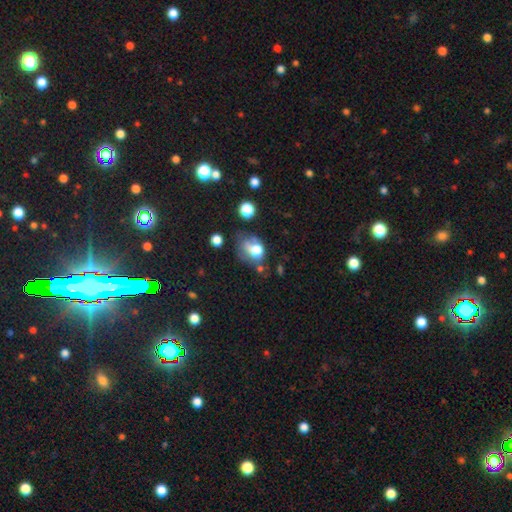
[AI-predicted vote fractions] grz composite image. It shows a smooth galaxy with no disk features (65%) that is in between round and cigar-shaped (53%). Merging: none (34%).